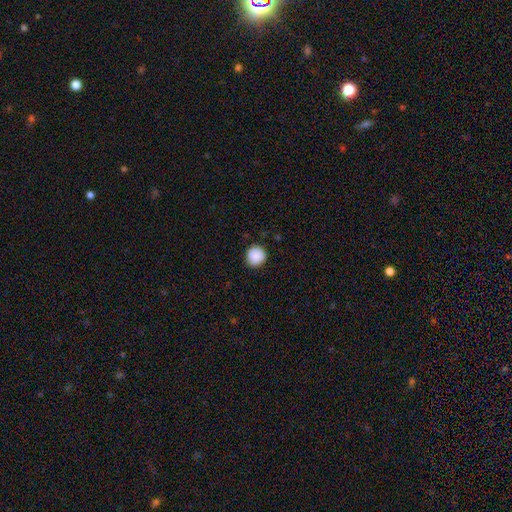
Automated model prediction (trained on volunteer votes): The model was most divided on "smooth or featured": smooth: 89%, star or artifact: 8%, featured or disk: 3%. More confident: how rounded — round (95%); merging — none (90%).